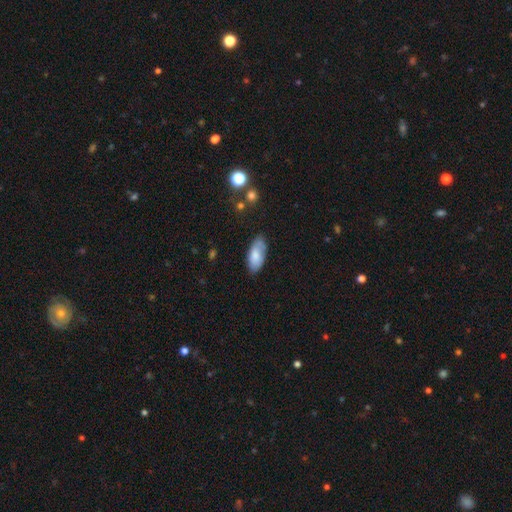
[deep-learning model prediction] Smooth or featured?
  - smooth: 76% *
  - featured or disk: 17%
  - star or artifact: 6%
How rounded?
  - in between: 91% *
  - cigar-shaped: 6%
  - round: 2%
Merging?
  - none: 72% *
  - minor disturbance: 22%
  - major disturbance: 4%
  - merger: 2%